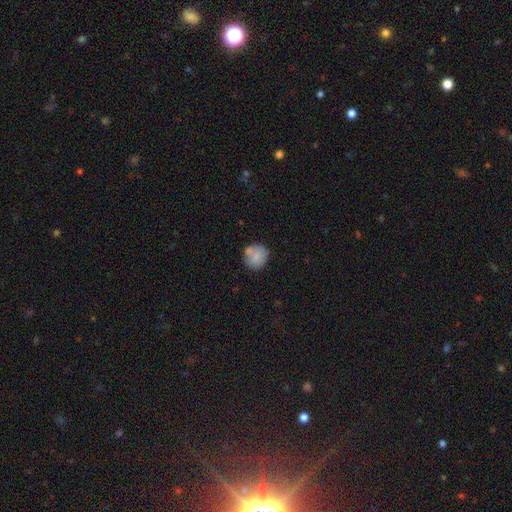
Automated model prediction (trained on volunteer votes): Morphology: type=smooth (79%); roundness=round (88%); merging=none (66%).